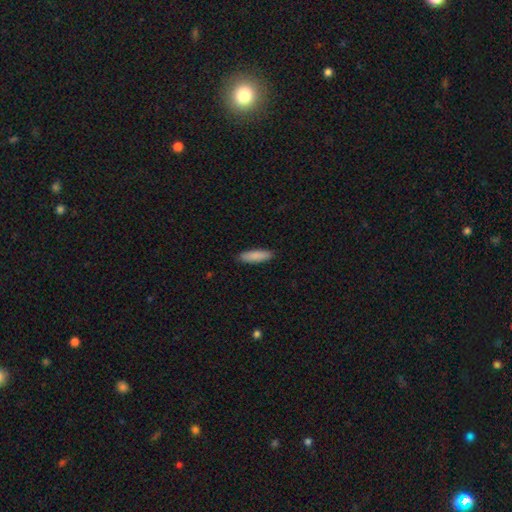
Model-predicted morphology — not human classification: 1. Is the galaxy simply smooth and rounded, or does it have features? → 88% smooth, 6% featured or disk, 6% star or artifact.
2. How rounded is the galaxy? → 60% cigar-shaped, 39% in between, 1% round.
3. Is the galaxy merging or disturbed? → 89% none, 9% minor disturbance, 2% major disturbance, 1% merger.